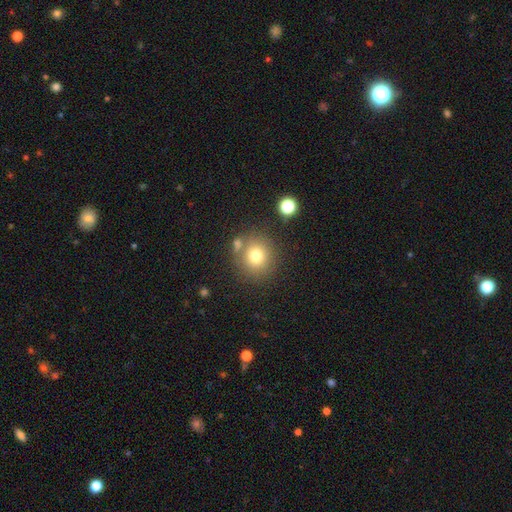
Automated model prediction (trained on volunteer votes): smooth 76%, star or artifact 13%, featured or disk 12%. Down the decision tree: how rounded — round (88%); merging — none (71%).